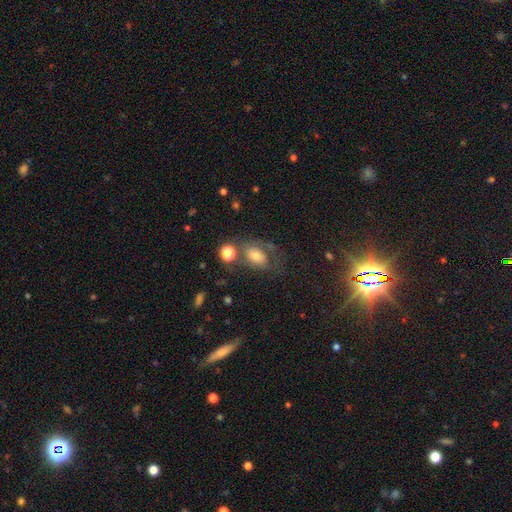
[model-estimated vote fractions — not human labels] smooth 58%, featured or disk 28%, star or artifact 14%. Down the decision tree: how rounded — in between (76%); merging — none (42%).